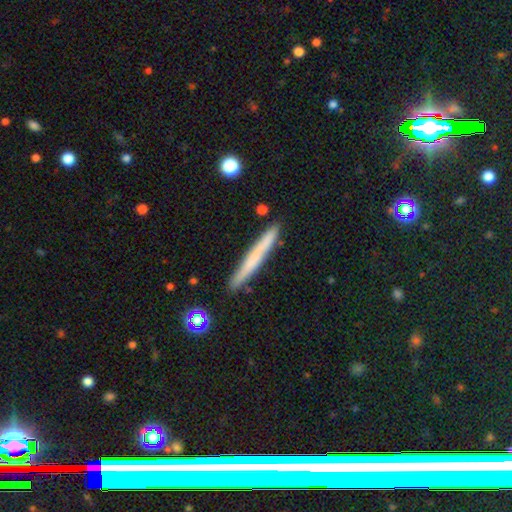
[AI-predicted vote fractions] Morphology: type=smooth (58%); roundness=cigar-shaped (97%); merging=none (89%).